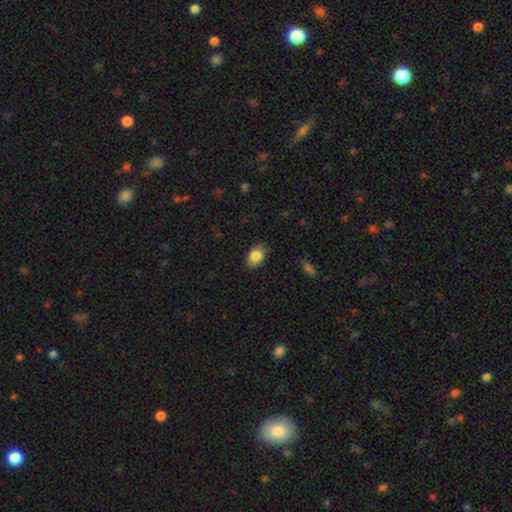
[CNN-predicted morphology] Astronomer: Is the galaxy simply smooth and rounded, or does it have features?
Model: smooth — 85%.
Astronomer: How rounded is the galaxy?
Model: in between — 83%.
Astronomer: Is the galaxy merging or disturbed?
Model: none — 85%.